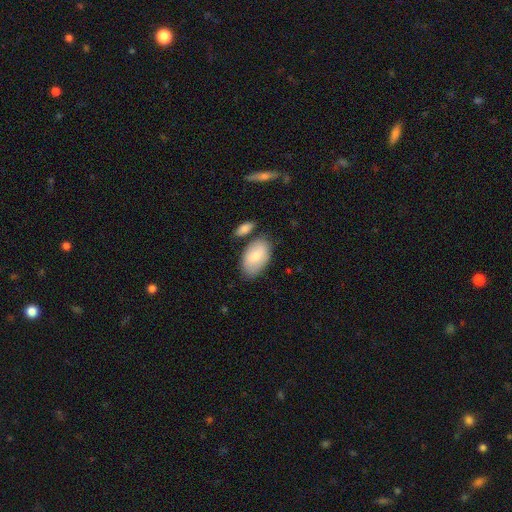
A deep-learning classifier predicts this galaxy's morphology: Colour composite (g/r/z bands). It shows a smooth galaxy with no disk features (76%) that is in between round and cigar-shaped (93%). Merging: none (68%).